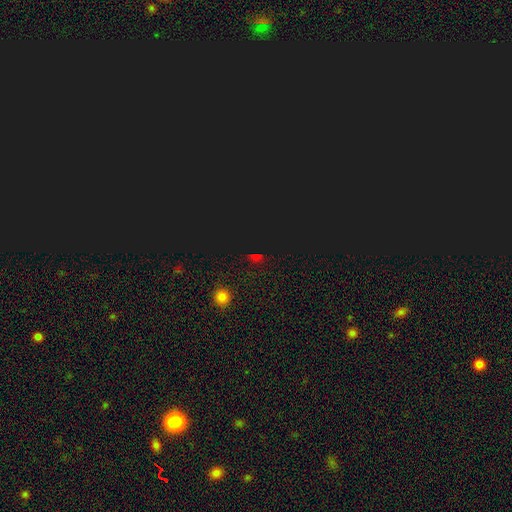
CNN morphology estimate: Overall: star or artifact (71%).